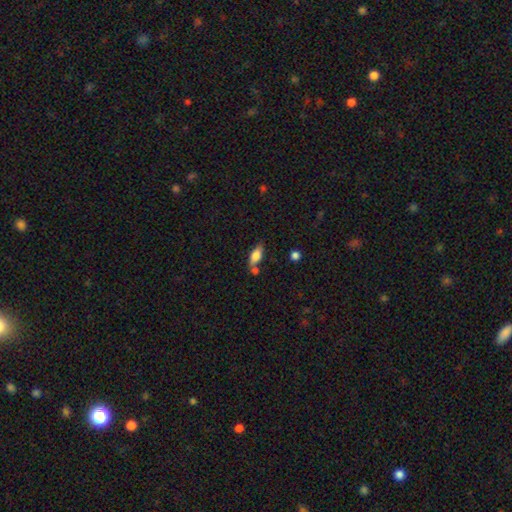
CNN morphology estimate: This is likely a smooth galaxy (71%). How rounded: likely in between (73%). Merging: likely none (64%).